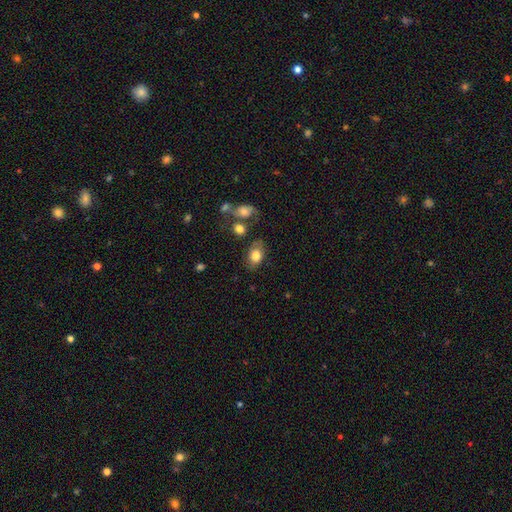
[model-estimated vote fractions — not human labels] Smooth or featured? smooth (78%)
How rounded? in between (80%)
Merging? none (66%)